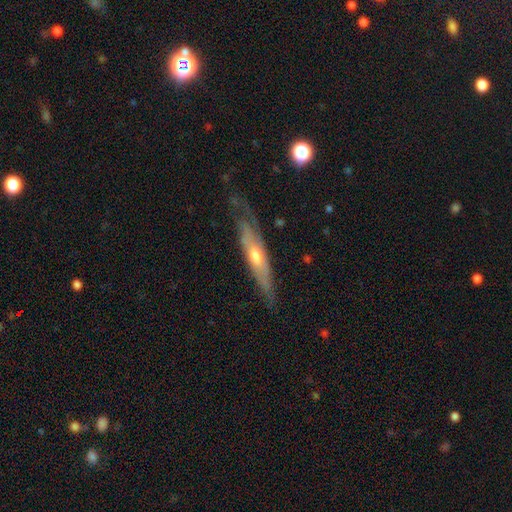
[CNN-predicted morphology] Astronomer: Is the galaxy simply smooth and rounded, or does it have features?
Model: featured or disk — 67%.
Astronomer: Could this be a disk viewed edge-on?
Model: yes — 62% (runner-up: no, 38%).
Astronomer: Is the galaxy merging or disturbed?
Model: none — 63%.